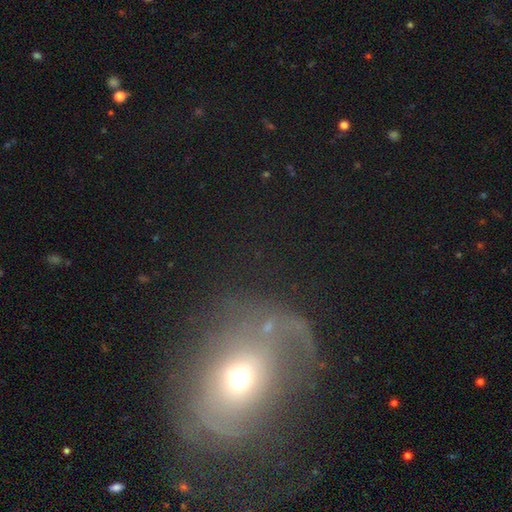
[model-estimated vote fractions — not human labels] featured or disk 39%, smooth 36%, star or artifact 25%. Down the decision tree: merging — none (56%).